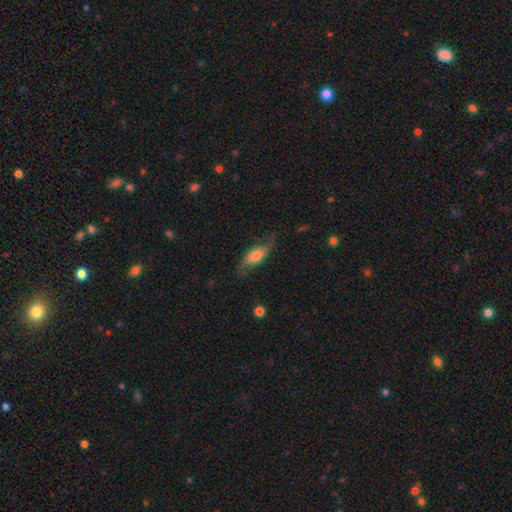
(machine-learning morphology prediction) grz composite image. It shows a featured or disk galaxy (50%). Merging: none (62%).